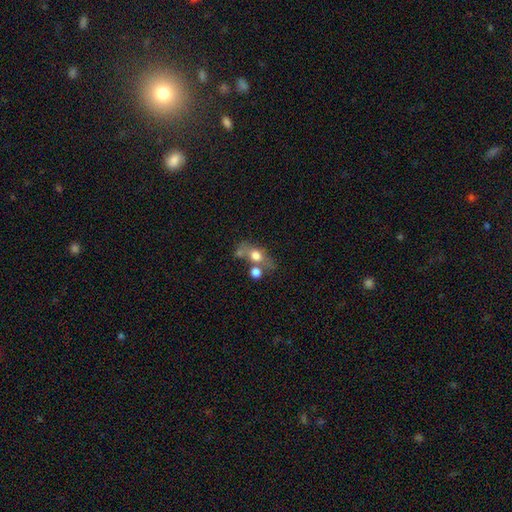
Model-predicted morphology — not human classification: Smooth or featured: smooth — 63% (featured or disk — 26%)
How rounded: in between — 54% (round — 38%)
Merging: none — 44% (merger — 34%)